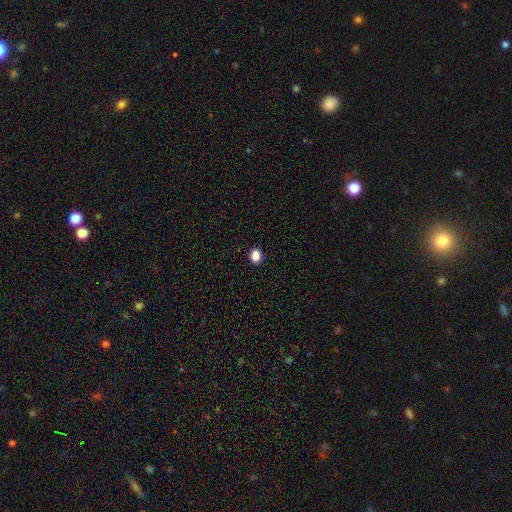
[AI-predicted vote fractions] Smooth or featured: smooth — 87% (star or artifact — 10%)
How rounded: round — 50% (in between — 48%)
Merging: none — 91% (minor disturbance — 6%)